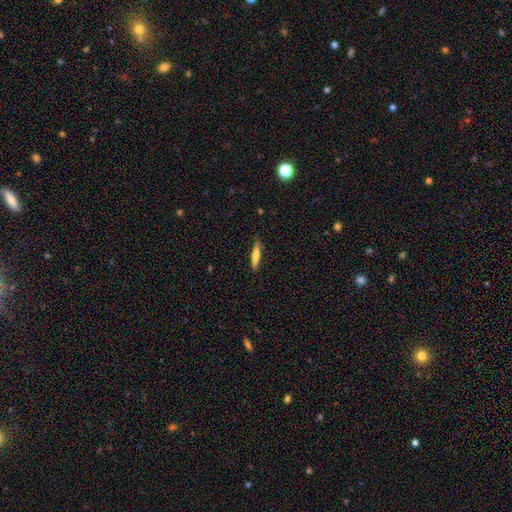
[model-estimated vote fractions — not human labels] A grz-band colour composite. It shows a smooth galaxy with no disk features (69%) that is cigar-shaped (86%). Merging: none (85%).